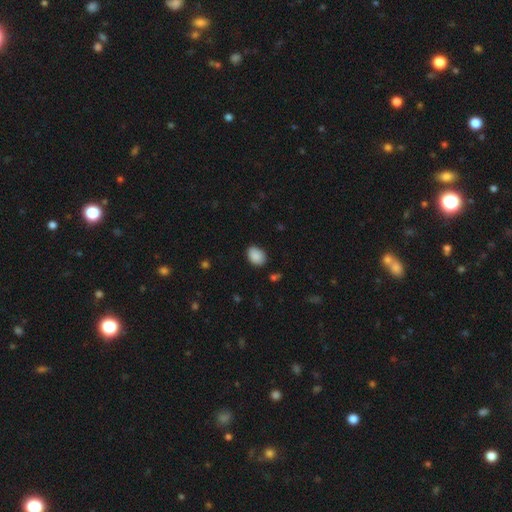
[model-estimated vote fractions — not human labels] Overall: smooth (89%). How rounded: in between (75%). Merging: none (83%).